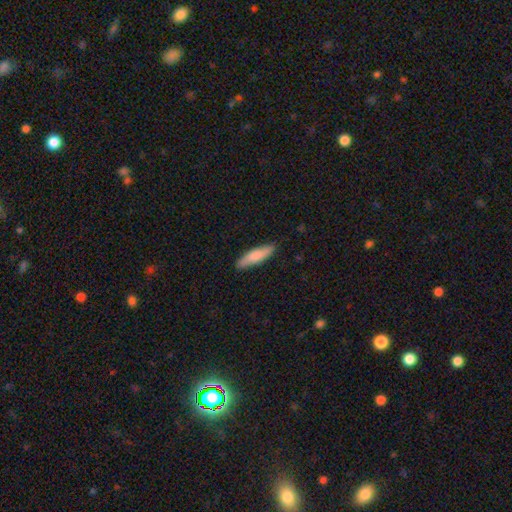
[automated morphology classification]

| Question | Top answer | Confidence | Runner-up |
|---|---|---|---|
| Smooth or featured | smooth | 79% | featured or disk (16%) |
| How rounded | cigar-shaped | 73% | in between (26%) |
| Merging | none | 86% | minor disturbance (11%) |